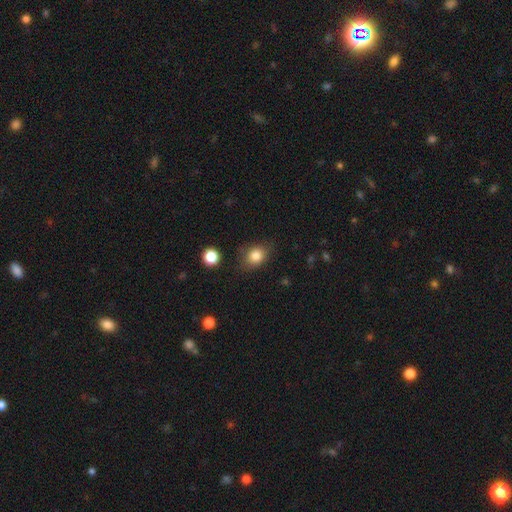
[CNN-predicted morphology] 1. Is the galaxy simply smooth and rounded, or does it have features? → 83% smooth, 10% star or artifact, 6% featured or disk.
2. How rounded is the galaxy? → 51% round, 48% in between, 1% cigar-shaped.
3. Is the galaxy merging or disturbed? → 74% none, 18% minor disturbance, 5% major disturbance, 2% merger.